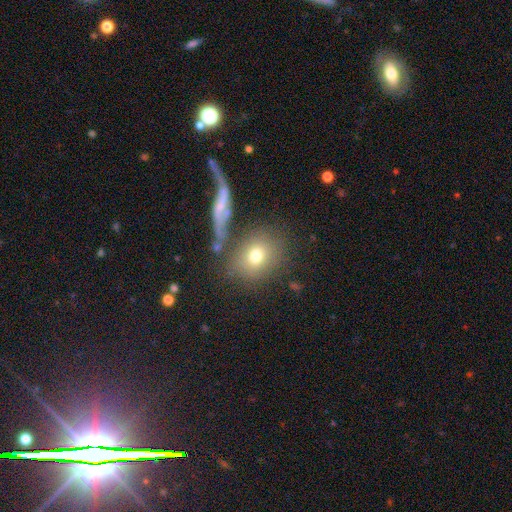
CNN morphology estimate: Smooth or featured?
  - smooth: 72% *
  - featured or disk: 16%
  - star or artifact: 12%
How rounded?
  - round: 62% *
  - in between: 35%
  - cigar-shaped: 3%
Merging?
  - none: 66% *
  - merger: 14%
  - minor disturbance: 13%
  - major disturbance: 7%